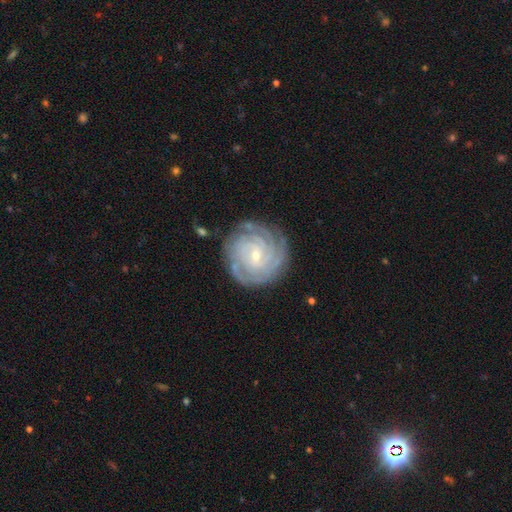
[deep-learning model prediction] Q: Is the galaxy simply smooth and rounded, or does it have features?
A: featured or disk — 87%.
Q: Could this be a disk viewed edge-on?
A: no — 98%.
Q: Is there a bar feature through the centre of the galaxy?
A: no — 59%.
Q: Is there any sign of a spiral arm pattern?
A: yes — 98%.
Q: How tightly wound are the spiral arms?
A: tight — 84%.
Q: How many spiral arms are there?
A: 4 — 30%.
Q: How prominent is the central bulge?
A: small — 76%.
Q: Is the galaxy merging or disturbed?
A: none — 81%.